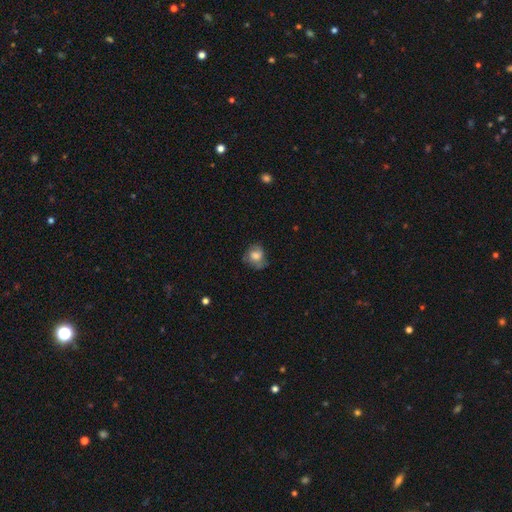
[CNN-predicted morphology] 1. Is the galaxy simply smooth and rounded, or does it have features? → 65% smooth, 26% featured or disk, 9% star or artifact.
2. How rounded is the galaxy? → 62% round, 37% in between, 1% cigar-shaped.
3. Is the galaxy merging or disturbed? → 52% none, 29% minor disturbance, 17% major disturbance, 2% merger.